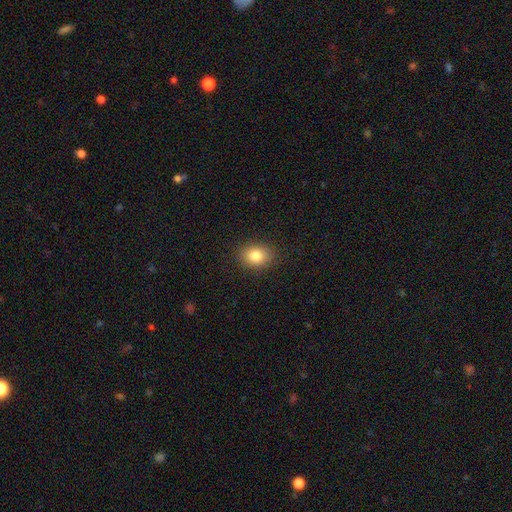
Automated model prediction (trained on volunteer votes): This appears to be a smooth galaxy with no disk features (82%) that is in between round and cigar-shaped (60%). Merging: none (88%).